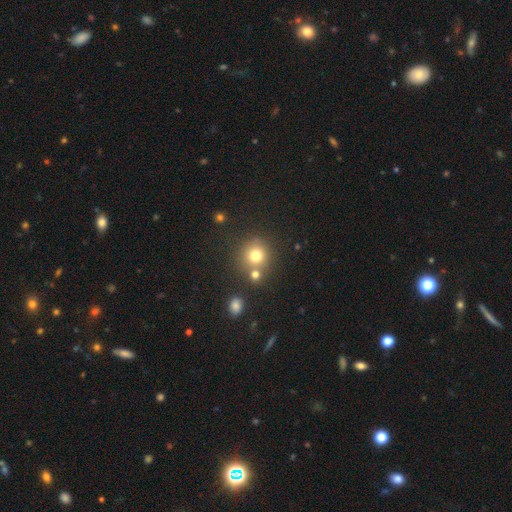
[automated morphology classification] This appears to be a smooth galaxy with no disk features (75%) that is round (90%). Merging: none (68%).